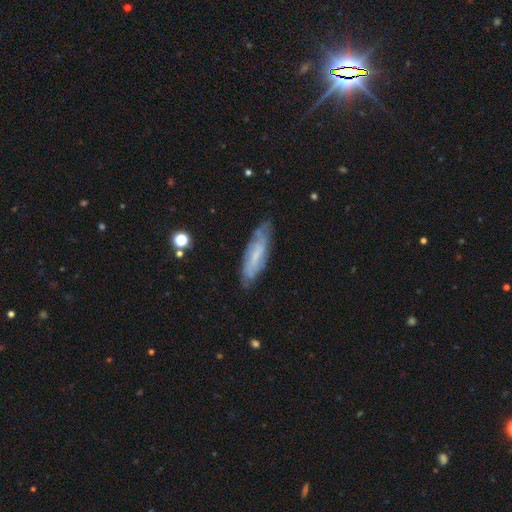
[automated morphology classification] Smooth or featured?
  - featured or disk: 57% *
  - smooth: 36%
  - star or artifact: 8%
Edge-on disk?
  - no: 70% *
  - yes: 30%
Merging?
  - none: 71% *
  - minor disturbance: 22%
  - major disturbance: 6%
  - merger: 2%